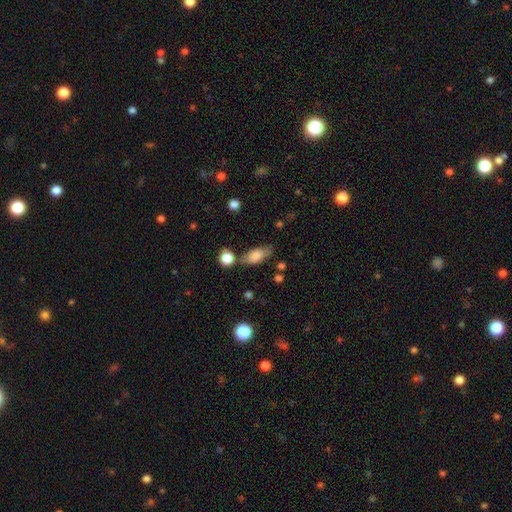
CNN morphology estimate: This is likely a smooth galaxy (80%). How rounded: clearly in between (84%). Merging: likely none (65%).